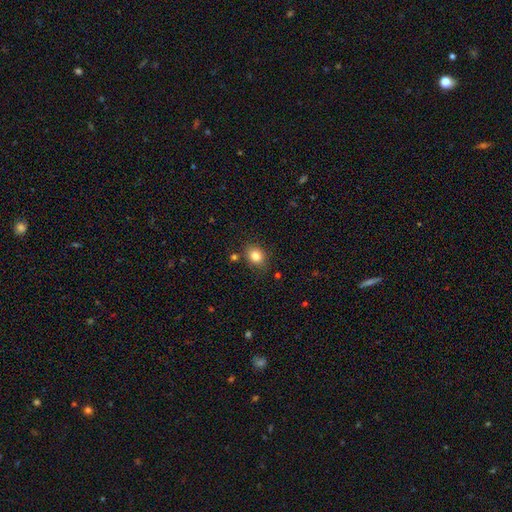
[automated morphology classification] Q: Smooth or featured?
A: smooth (82%); runner-up: star or artifact (11%)
Q: How rounded?
A: round (58%); runner-up: in between (41%)
Q: Merging?
A: none (82%); runner-up: minor disturbance (11%)